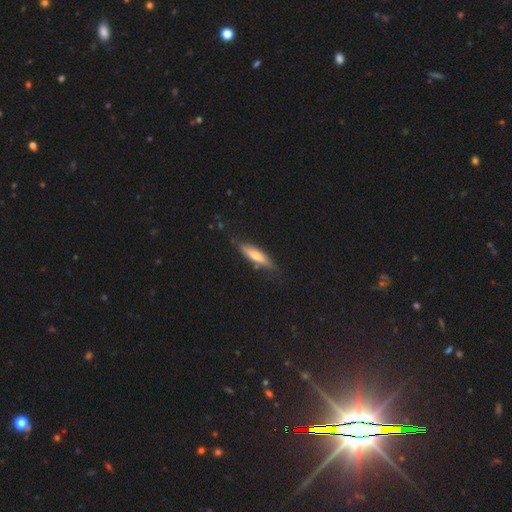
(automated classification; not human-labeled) The model was most divided on "smooth or featured": smooth: 58%, featured or disk: 36%, star or artifact: 6%. More confident: merging — none (77%); how rounded — cigar-shaped (73%).